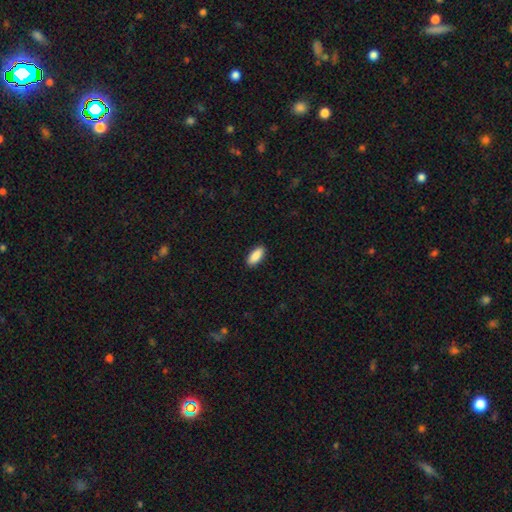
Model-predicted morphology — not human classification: A smooth galaxy with no disk features (89%) that is in between round and cigar-shaped (85%).

Vote fractions:
- Smooth or featured? smooth: 89% / star or artifact: 6% / featured or disk: 4%
- How rounded? in between: 85% / cigar-shaped: 13% / round: 2%
- Merging? none: 90% / minor disturbance: 7% / major disturbance: 2% / merger: 1%